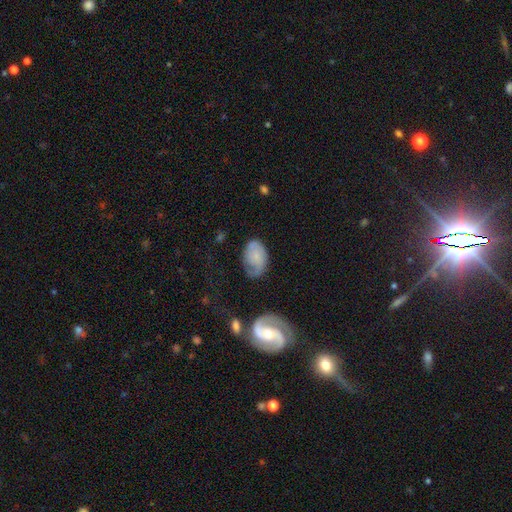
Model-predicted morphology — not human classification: smooth_or_featured: smooth (p=0.48) [alt: featured or disk p=0.45]
merging: none (p=0.52) [alt: minor disturbance p=0.29]